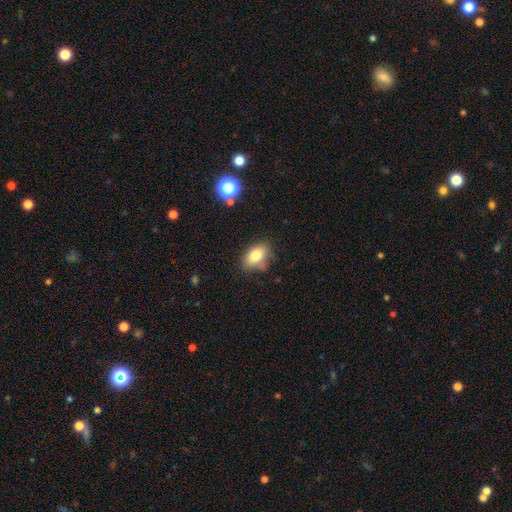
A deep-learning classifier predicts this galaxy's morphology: Smooth or featured? Predicted: smooth (p=0.81). How rounded? Predicted: in between (p=0.86). Merging? Predicted: none (p=0.72).